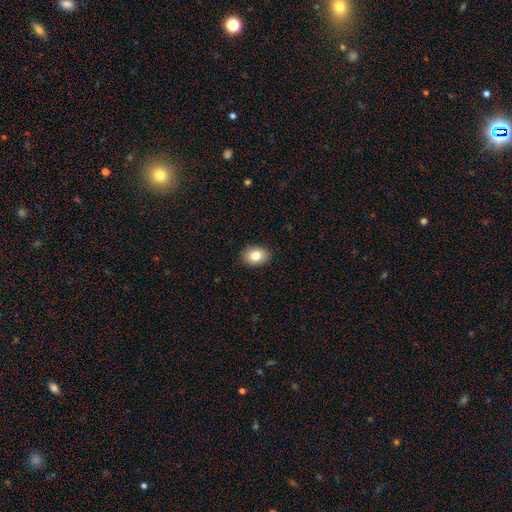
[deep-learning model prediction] Smooth or featured?
  - smooth: 83% *
  - star or artifact: 9%
  - featured or disk: 8%
How rounded?
  - in between: 65% *
  - round: 34%
  - cigar-shaped: 1%
Merging?
  - none: 90% *
  - minor disturbance: 8%
  - major disturbance: 2%
  - merger: 1%